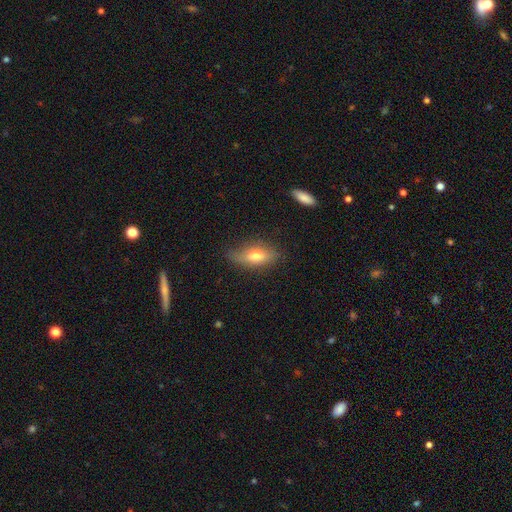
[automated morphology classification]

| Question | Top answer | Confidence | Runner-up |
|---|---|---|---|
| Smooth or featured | smooth | 64% | featured or disk (28%) |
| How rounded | in between | 71% | cigar-shaped (25%) |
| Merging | none | 73% | minor disturbance (21%) |